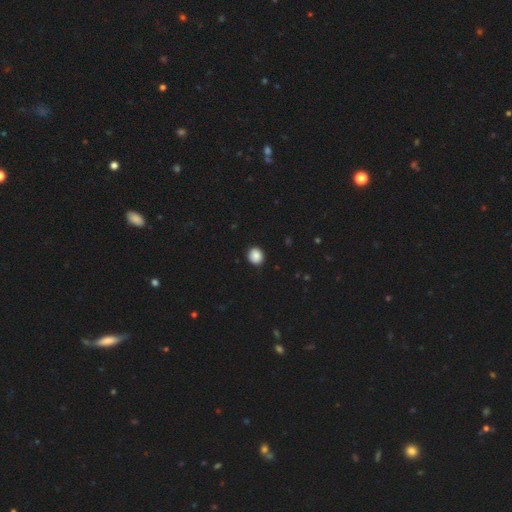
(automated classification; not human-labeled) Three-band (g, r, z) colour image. It shows a smooth galaxy with no disk features (88%) that is round (78%). Merging: none (90%).